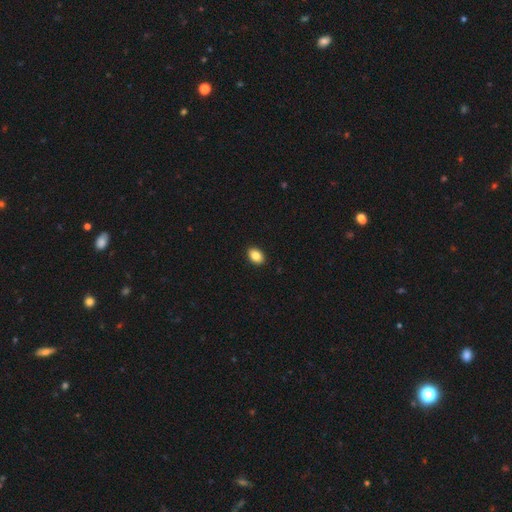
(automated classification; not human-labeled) Q: Smooth or featured?
A: smooth (86%); runner-up: star or artifact (8%)
Q: How rounded?
A: in between (79%); runner-up: round (20%)
Q: Merging?
A: none (91%); runner-up: minor disturbance (6%)